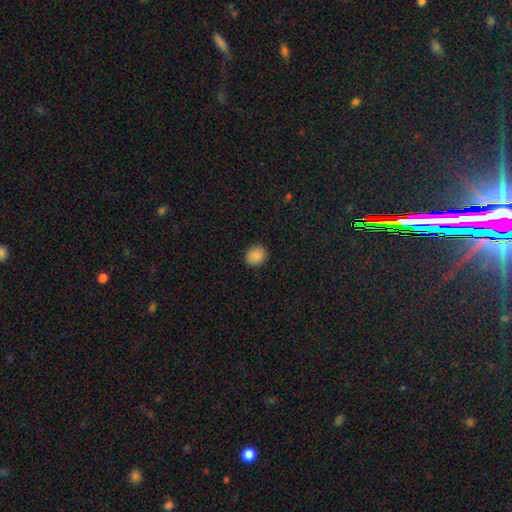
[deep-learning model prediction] Overall: smooth (88%). How rounded: round (59%; in between 40%). Merging: none (89%).